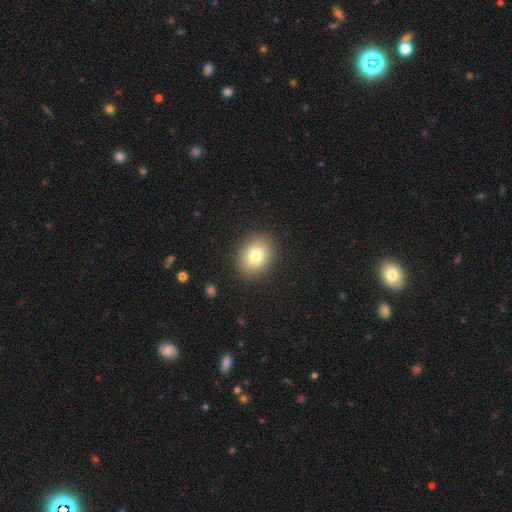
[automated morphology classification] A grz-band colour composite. It shows a smooth galaxy with no disk features (79%) that is round (59%). Merging: none (90%).